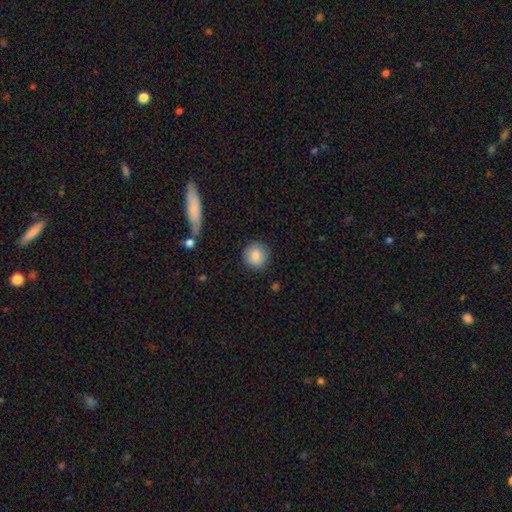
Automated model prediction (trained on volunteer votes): Morphology: type=smooth (84%); roundness=round (91%); merging=none (88%).